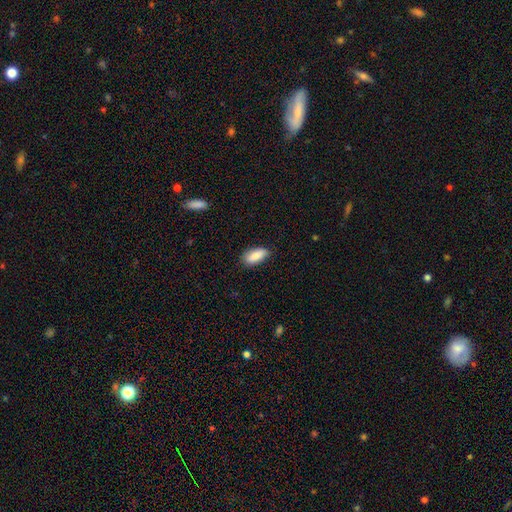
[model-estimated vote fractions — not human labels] Smooth or featured? Predicted: smooth (p=0.87). How rounded? Predicted: in between (p=0.87). Merging? Predicted: none (p=0.80).